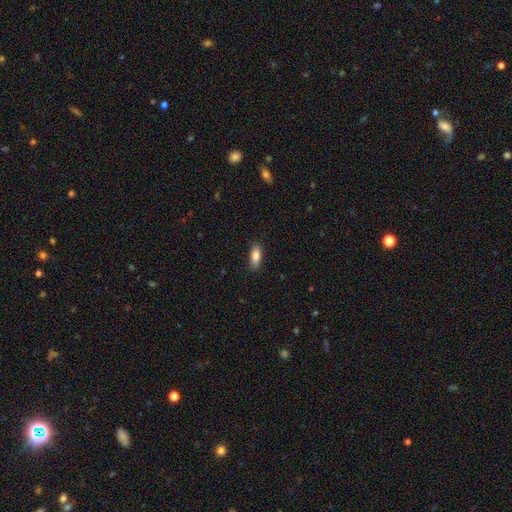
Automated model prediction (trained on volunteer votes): Morphology: type=smooth (84%); roundness=in between (81%); merging=none (85%).